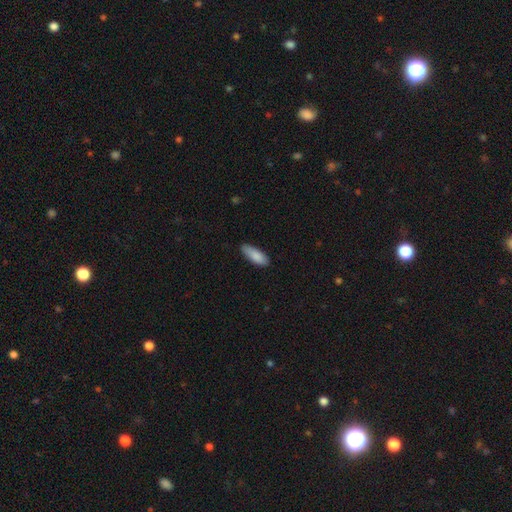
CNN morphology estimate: Smooth or featured? smooth (87%)
How rounded? in between (67%)
Merging? none (84%)